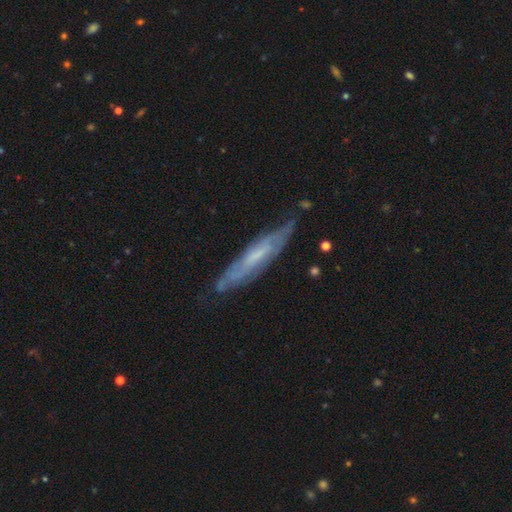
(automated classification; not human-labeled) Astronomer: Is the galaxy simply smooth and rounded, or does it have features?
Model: featured or disk — 65%.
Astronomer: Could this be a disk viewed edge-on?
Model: yes — 57% (runner-up: no, 43%).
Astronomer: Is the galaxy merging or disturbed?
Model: none — 70%.